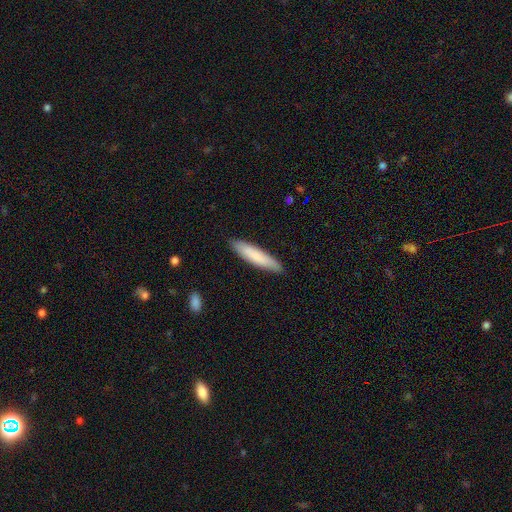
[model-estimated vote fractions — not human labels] Smooth or featured: smooth — 78% (featured or disk — 17%)
How rounded: cigar-shaped — 85% (in between — 14%)
Merging: none — 88% (minor disturbance — 10%)